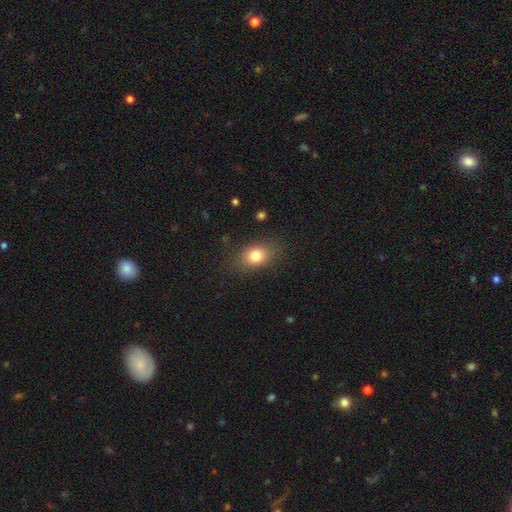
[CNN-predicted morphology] Smooth or featured? Predicted: smooth (p=0.79). How rounded? Predicted: in between (p=0.66). Merging? Predicted: none (p=0.82).